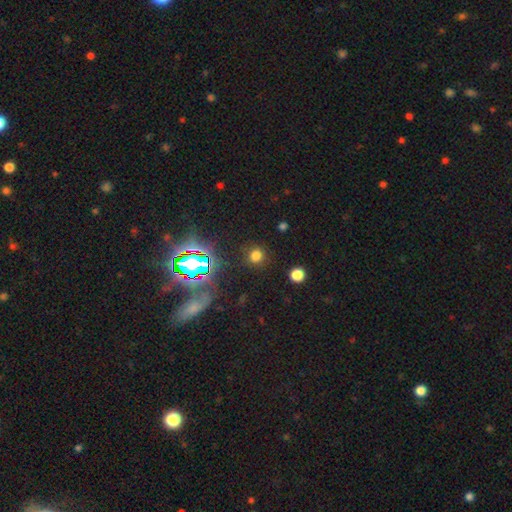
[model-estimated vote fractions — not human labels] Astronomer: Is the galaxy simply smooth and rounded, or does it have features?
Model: smooth — 67%.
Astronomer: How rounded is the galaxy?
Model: round — 87%.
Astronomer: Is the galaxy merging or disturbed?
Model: none — 87%.